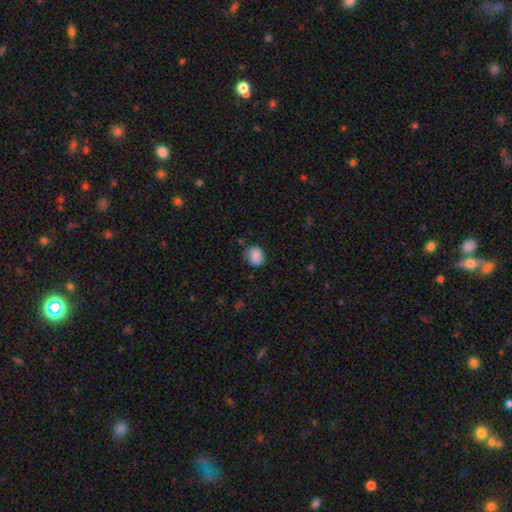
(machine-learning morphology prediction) Smooth or featured?
  - smooth: 85% *
  - star or artifact: 8%
  - featured or disk: 7%
How rounded?
  - round: 61% *
  - in between: 38%
  - cigar-shaped: 1%
Merging?
  - none: 75% *
  - minor disturbance: 19%
  - major disturbance: 4%
  - merger: 2%